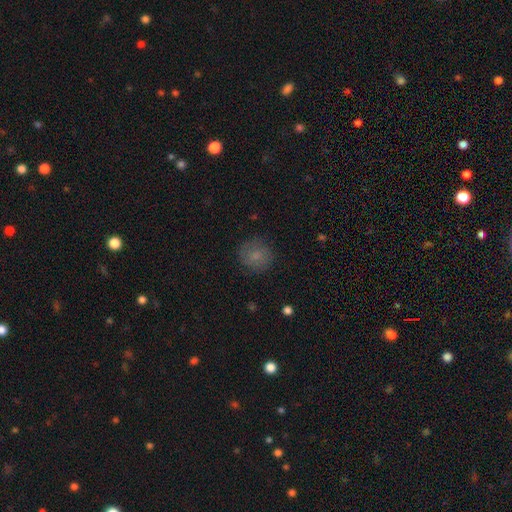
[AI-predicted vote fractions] A smooth galaxy with no disk features (78%) that is round (88%). Merging: none (81%).